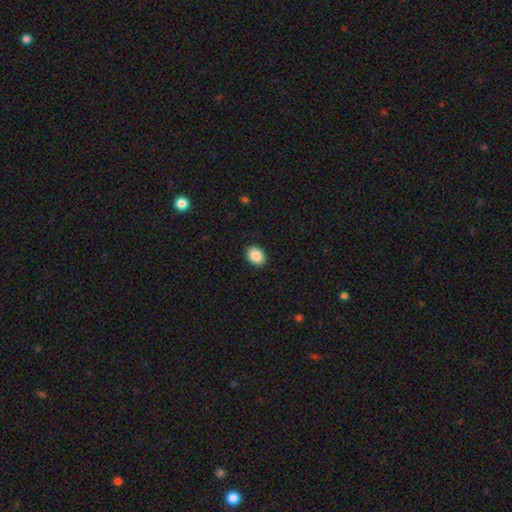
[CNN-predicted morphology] This is clearly a smooth galaxy (88%). How rounded: likely in between (67%). Merging: clearly none (91%).